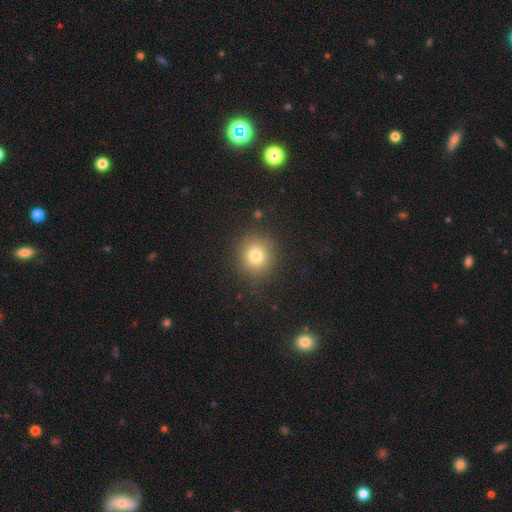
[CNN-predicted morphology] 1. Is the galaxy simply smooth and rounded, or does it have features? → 78% smooth, 14% star or artifact, 9% featured or disk.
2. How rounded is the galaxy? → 88% round, 11% in between, 1% cigar-shaped.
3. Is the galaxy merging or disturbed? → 88% none, 8% minor disturbance, 3% major disturbance, 1% merger.